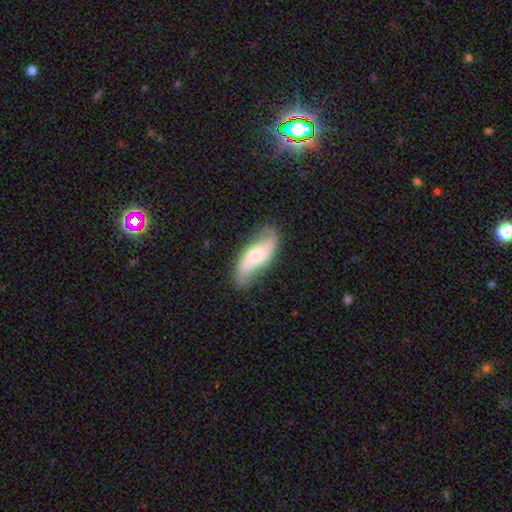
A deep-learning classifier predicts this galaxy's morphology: This appears to be a featured or disk galaxy (62%) with no bar (58%), spiral arms (84%) and a moderate central bulge (58%). Merging: none (73%).